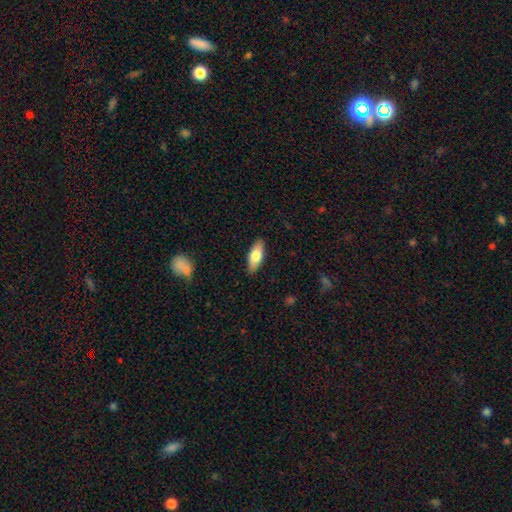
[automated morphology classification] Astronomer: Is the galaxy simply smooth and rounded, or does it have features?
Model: smooth — 72%.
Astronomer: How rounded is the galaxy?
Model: in between — 77%.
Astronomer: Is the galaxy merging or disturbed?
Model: none — 88%.